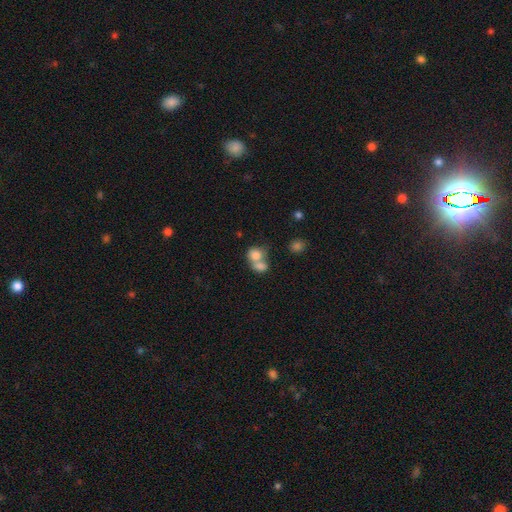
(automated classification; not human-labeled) Overall: smooth (78%). How rounded: round (59%; in between 40%). Merging: merger (66%).